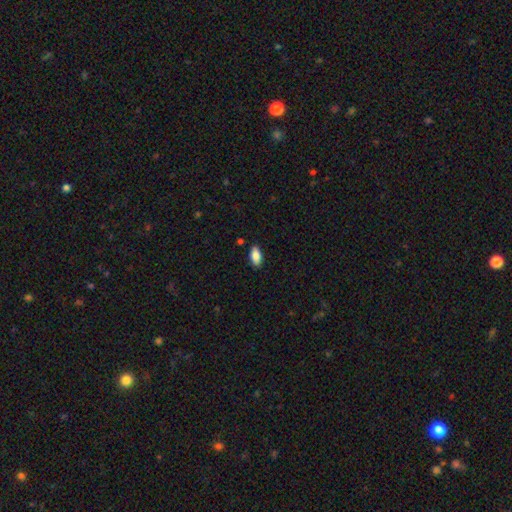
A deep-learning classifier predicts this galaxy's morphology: Smooth or featured? Predicted: smooth (p=0.87). How rounded? Predicted: in between (p=0.92). Merging? Predicted: none (p=0.88).